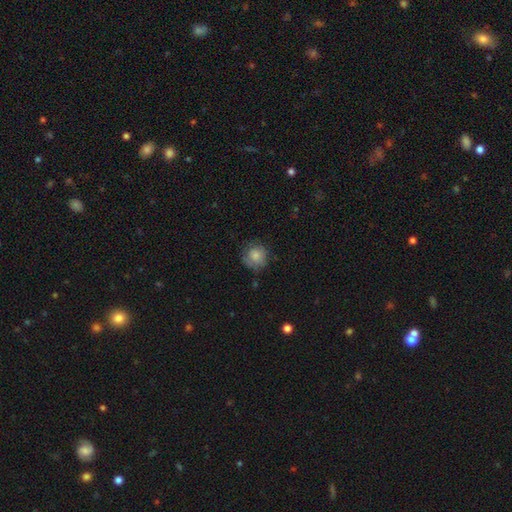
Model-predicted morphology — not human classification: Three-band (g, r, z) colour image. It shows a smooth galaxy with no disk features (76%) that is round (88%). Merging: none (68%).